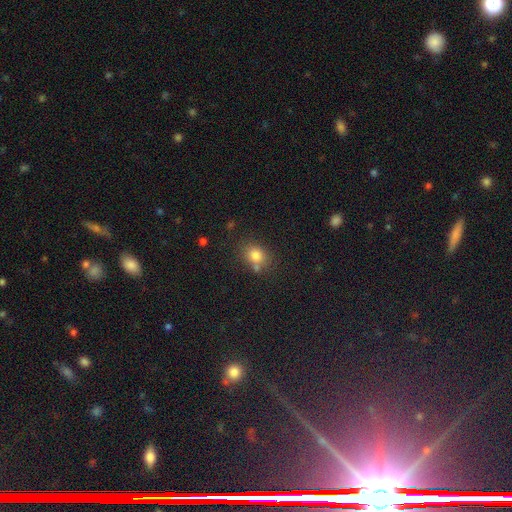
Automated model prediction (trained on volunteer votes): smooth_or_featured: smooth (p=0.80) [alt: star or artifact p=0.12]
how_rounded: round (p=0.53) [alt: in between p=0.46]
merging: none (p=0.66) [alt: merger p=0.15]